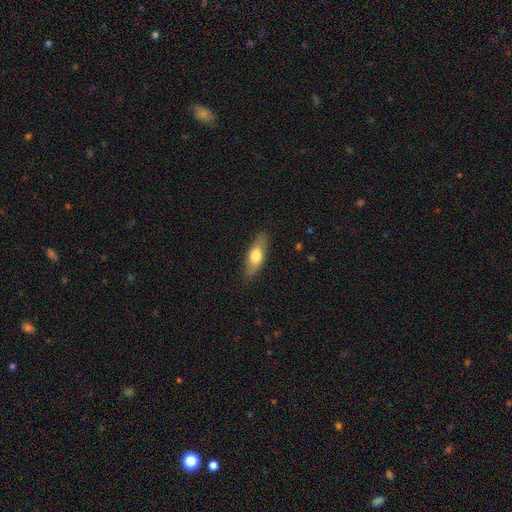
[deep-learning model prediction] A smooth galaxy with no disk features (67%) that is in between round and cigar-shaped (64%).

Vote fractions:
- Smooth or featured? smooth: 67% / featured or disk: 27% / star or artifact: 6%
- How rounded? in between: 64% / cigar-shaped: 33% / round: 3%
- Merging? none: 85% / minor disturbance: 11% / major disturbance: 2% / merger: 1%